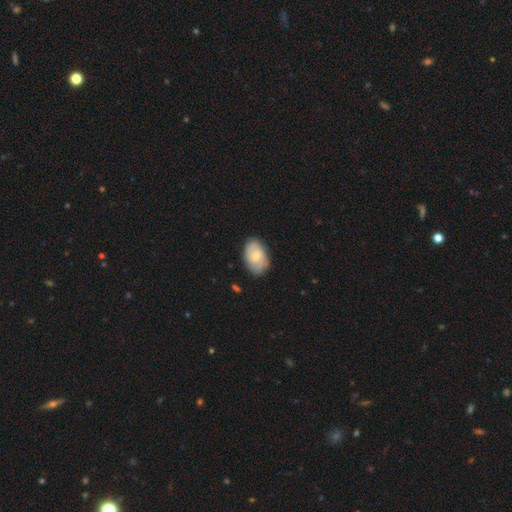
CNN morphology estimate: This is possibly a featured or disk galaxy (49%). Merging: likely none (79%).